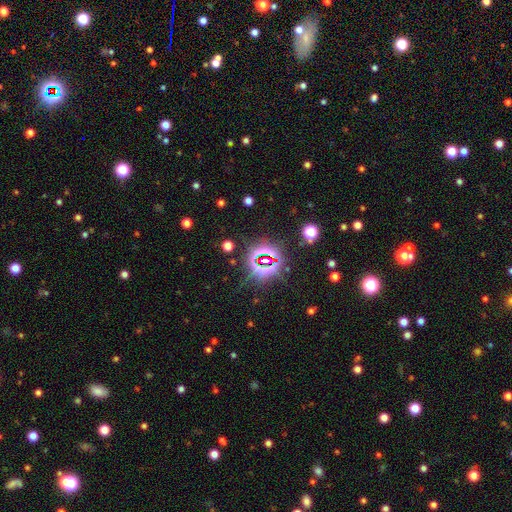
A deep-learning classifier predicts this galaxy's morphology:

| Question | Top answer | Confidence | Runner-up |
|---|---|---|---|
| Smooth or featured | star or artifact | 80% | smooth (12%) |